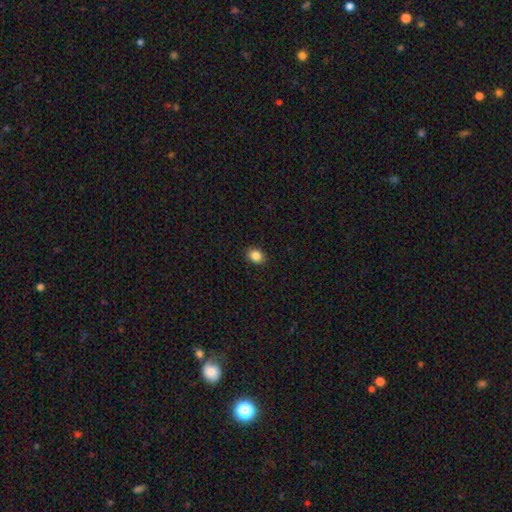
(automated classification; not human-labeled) Q: Smooth or featured?
A: smooth (86%); runner-up: star or artifact (10%)
Q: How rounded?
A: in between (58%); runner-up: round (41%)
Q: Merging?
A: none (90%); runner-up: minor disturbance (7%)